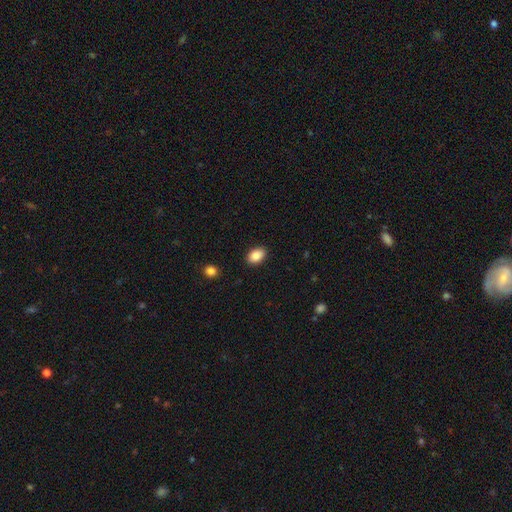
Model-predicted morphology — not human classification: smooth 86%, star or artifact 8%, featured or disk 6%. Down the decision tree: how rounded — in between (88%); merging — none (89%).